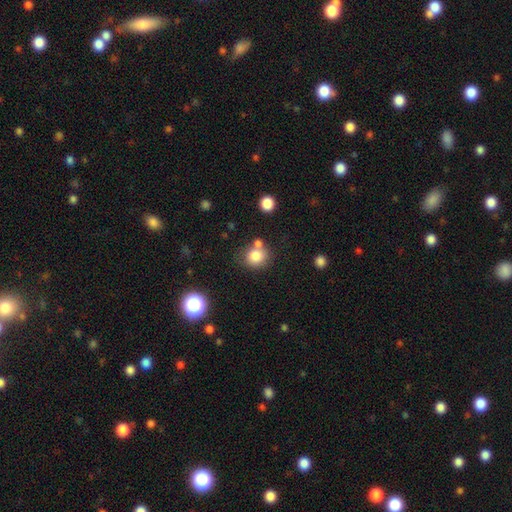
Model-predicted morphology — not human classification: A smooth galaxy with no disk features (81%) that is round (80%). Merging: none (62%).